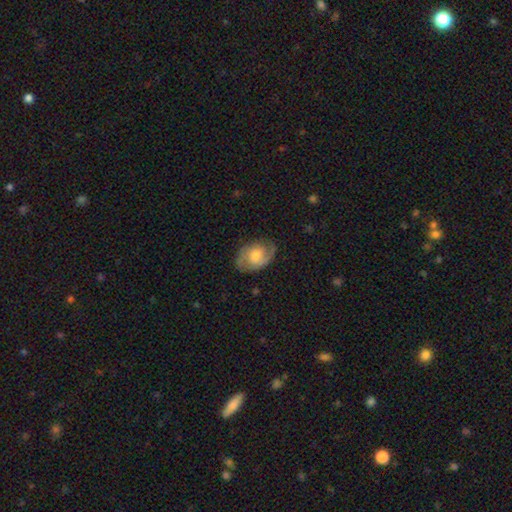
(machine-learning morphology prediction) featured or disk 67%, smooth 27%, star or artifact 7%. Down the decision tree: edge-on disk — no (96%); bar — no (64%); spiral arms — yes (89%); spiral arm count — 2 (73%); spiral winding — medium (44%); bulge size — moderate (52%); merging — none (75%).